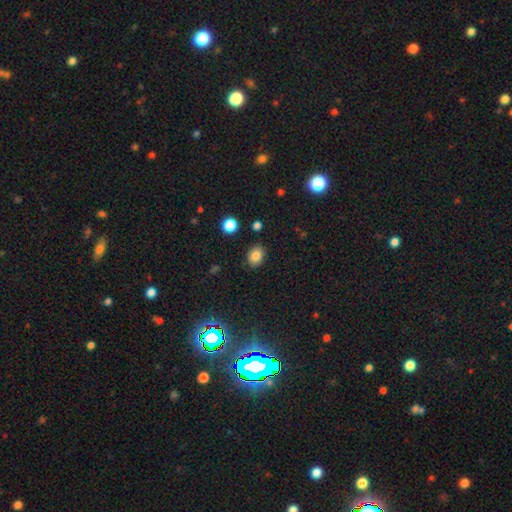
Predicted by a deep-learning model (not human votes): smooth 82%, star or artifact 11%, featured or disk 7%. Down the decision tree: how rounded — in between (61%); merging — none (87%).